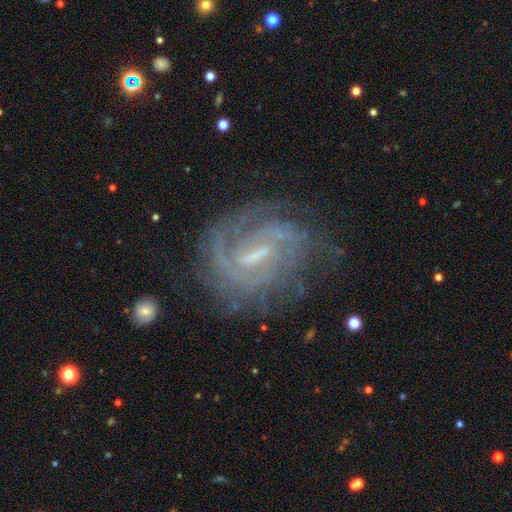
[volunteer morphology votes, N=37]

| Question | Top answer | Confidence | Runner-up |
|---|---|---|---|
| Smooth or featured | featured or disk | 89% | smooth (5%) |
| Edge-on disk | no | 94% | yes (6%) |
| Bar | strong | 71% | weak (26%) |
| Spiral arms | yes | 97% | no (3%) |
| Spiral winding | tight | 87% | medium (13%) |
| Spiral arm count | can't tell | 40% | 2 (27%) |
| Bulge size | moderate | 42% | small (35%) |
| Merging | none | 63% | major disturbance (26%) |